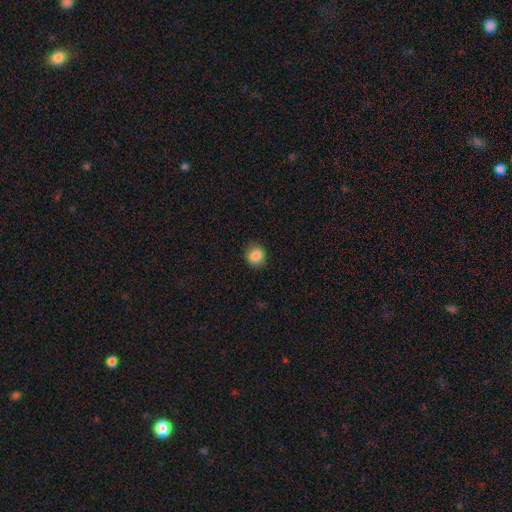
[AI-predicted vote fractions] A smooth galaxy with no disk features (87%) that is round (83%).

Vote fractions:
- Smooth or featured? smooth: 87% / star or artifact: 9% / featured or disk: 4%
- How rounded? round: 83% / in between: 16% / cigar-shaped: 1%
- Merging? none: 87% / minor disturbance: 10% / major disturbance: 3% / merger: 1%